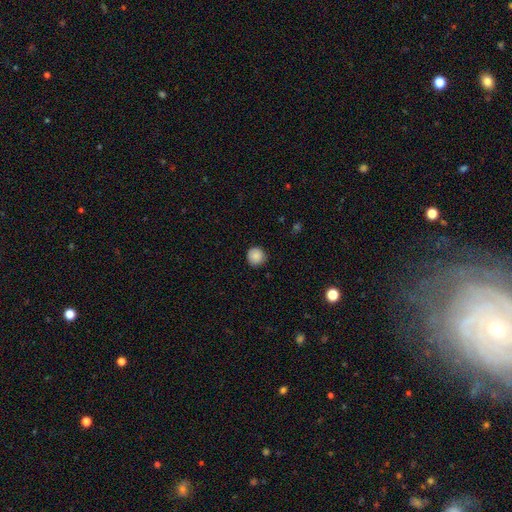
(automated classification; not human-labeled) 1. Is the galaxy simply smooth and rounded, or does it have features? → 88% smooth, 9% star or artifact, 3% featured or disk.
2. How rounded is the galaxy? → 95% round, 4% in between, 1% cigar-shaped.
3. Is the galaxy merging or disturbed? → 90% none, 8% minor disturbance, 2% major disturbance, 1% merger.